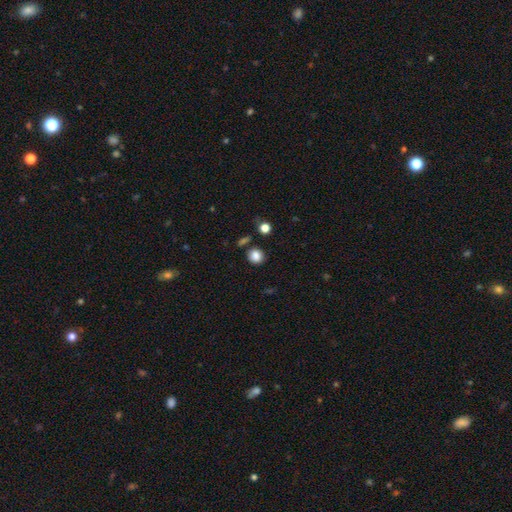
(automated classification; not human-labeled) smooth-or-featured: smooth: 85% | star or artifact: 10% | featured or disk: 5%
  how-rounded: round: 82% | in between: 17% | cigar-shaped: 1%
  merging: none: 81% | minor disturbance: 10% | merger: 6% | major disturbance: 3%